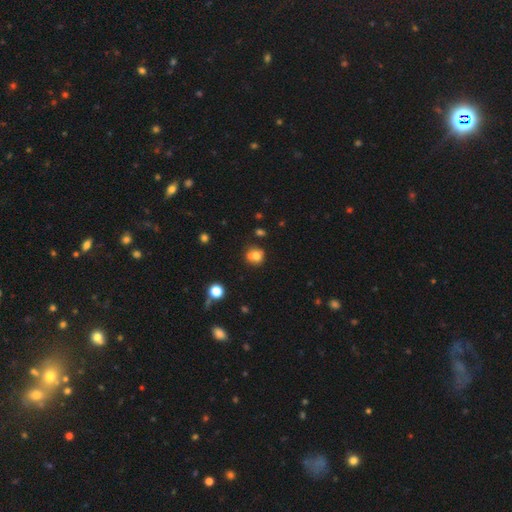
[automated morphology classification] The model was most divided on "merging": none: 55%, merger: 28%, minor disturbance: 13%, major disturbance: 4%. More confident: how rounded — round (82%); smooth or featured — smooth (73%).